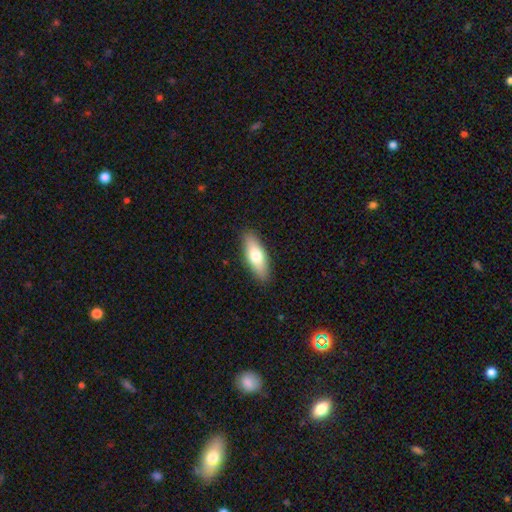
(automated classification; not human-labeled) Overall: smooth (71%). How rounded: in between (62%; cigar-shaped 36%). Merging: none (89%).